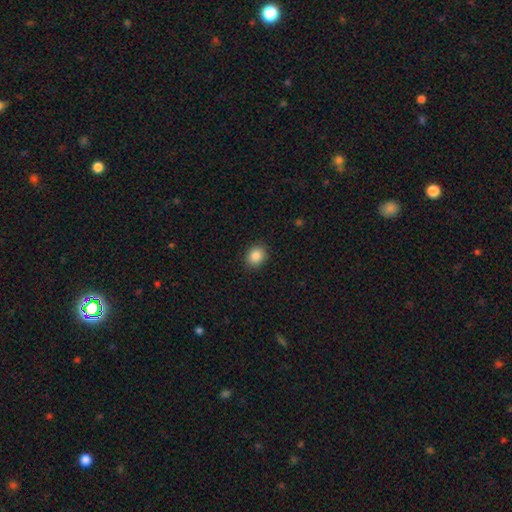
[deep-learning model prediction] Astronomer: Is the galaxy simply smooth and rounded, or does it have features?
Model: smooth — 87%.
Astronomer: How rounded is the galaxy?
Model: round — 61% (runner-up: in between, 38%).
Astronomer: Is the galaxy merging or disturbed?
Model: none — 90%.